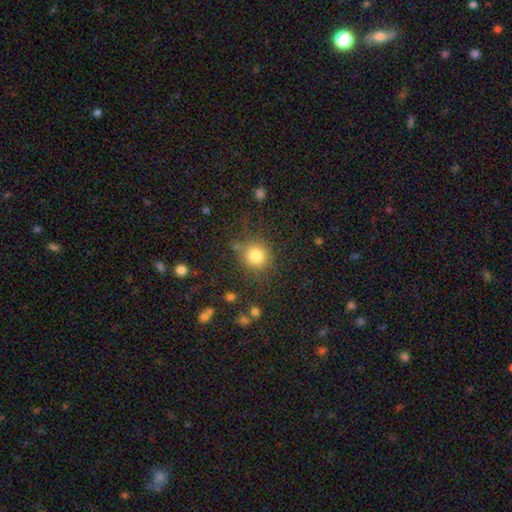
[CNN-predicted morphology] Overall: smooth (80%). How rounded: round (88%). Merging: none (76%).